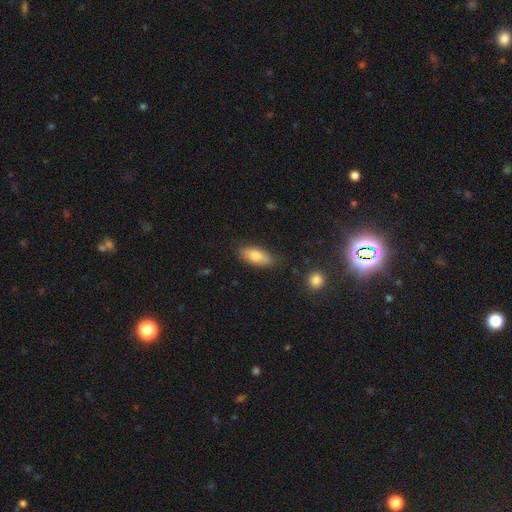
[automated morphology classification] smooth_or_featured: smooth (p=0.79) [alt: featured or disk p=0.14]
how_rounded: in between (p=0.81) [alt: cigar-shaped p=0.16]
merging: none (p=0.75) [alt: minor disturbance p=0.18]